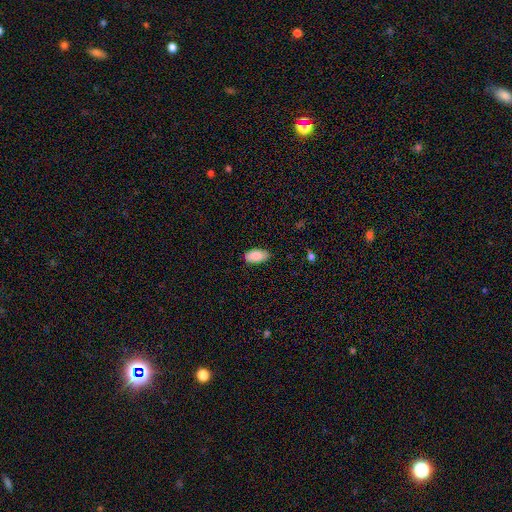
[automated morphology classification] Smooth or featured: smooth — 88% (star or artifact — 7%)
How rounded: in between — 94% (cigar-shaped — 4%)
Merging: none — 82% (minor disturbance — 15%)